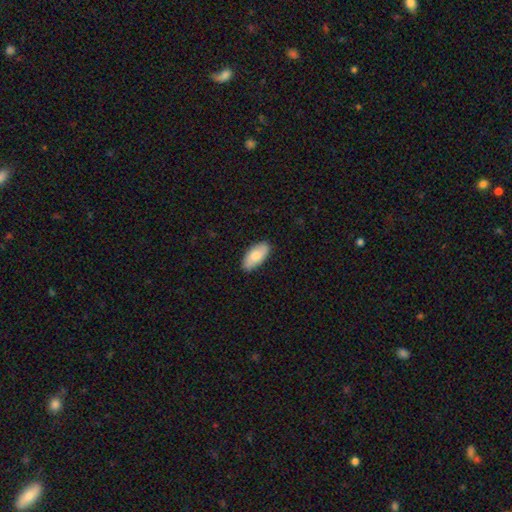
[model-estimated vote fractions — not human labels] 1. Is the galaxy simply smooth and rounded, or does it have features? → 79% smooth, 15% featured or disk, 6% star or artifact.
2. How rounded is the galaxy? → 92% in between, 6% cigar-shaped, 2% round.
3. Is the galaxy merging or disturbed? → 86% none, 11% minor disturbance, 2% major disturbance, 1% merger.